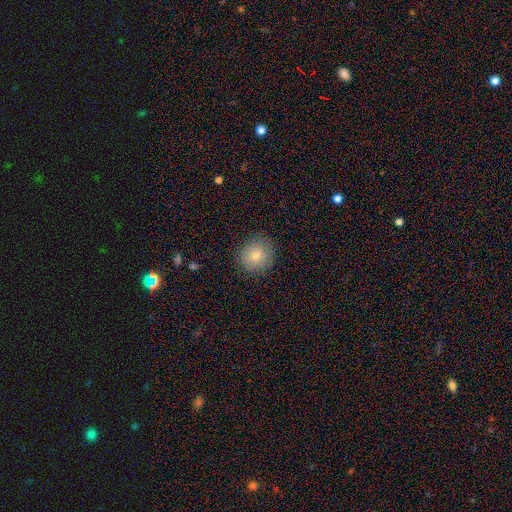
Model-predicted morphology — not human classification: Smooth or featured? smooth (75%)
How rounded? round (90%)
Merging? none (87%)